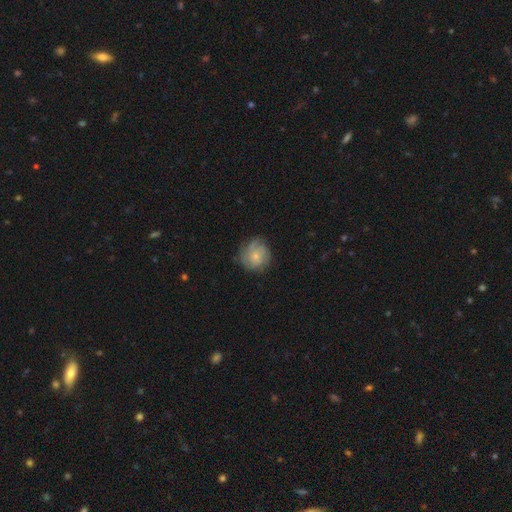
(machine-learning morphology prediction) Smooth or featured: featured or disk — 49% (smooth — 43%)
Merging: none — 69% (minor disturbance — 22%)